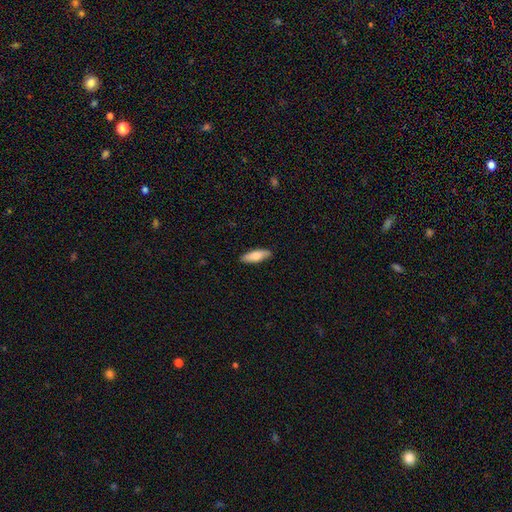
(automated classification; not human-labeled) smooth_or_featured: smooth (p=0.79) [alt: featured or disk p=0.15]
how_rounded: in between (p=0.54) [alt: cigar-shaped p=0.44]
merging: none (p=0.89) [alt: minor disturbance p=0.09]